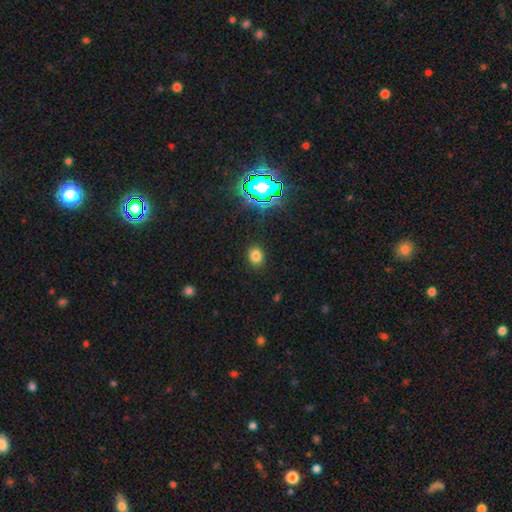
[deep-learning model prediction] smooth_or_featured: smooth (p=0.76) [alt: star or artifact p=0.19]
how_rounded: round (p=0.58) [alt: in between p=0.40]
merging: none (p=0.88) [alt: minor disturbance p=0.08]